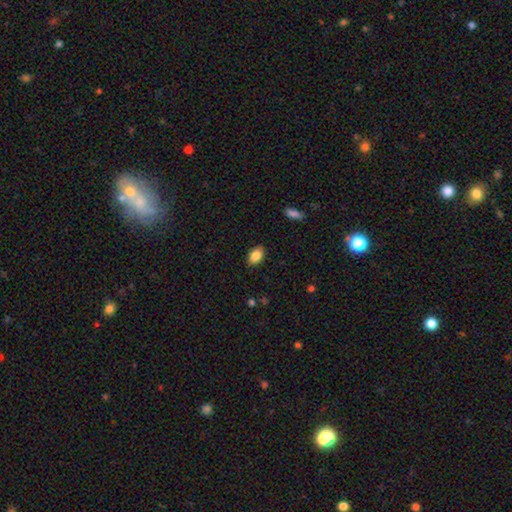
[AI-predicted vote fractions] Smooth or featured?
  - smooth: 87% *
  - star or artifact: 8%
  - featured or disk: 6%
How rounded?
  - in between: 88% *
  - round: 10%
  - cigar-shaped: 1%
Merging?
  - none: 87% *
  - minor disturbance: 10%
  - major disturbance: 2%
  - merger: 1%